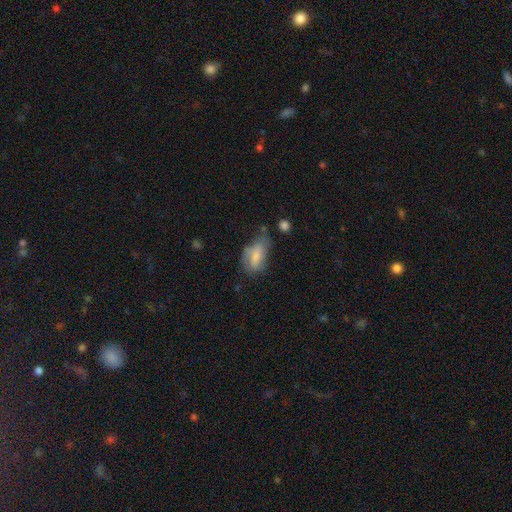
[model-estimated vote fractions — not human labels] Overall: smooth (67%). How rounded: in between (87%). Merging: minor disturbance (36%, tied with none).